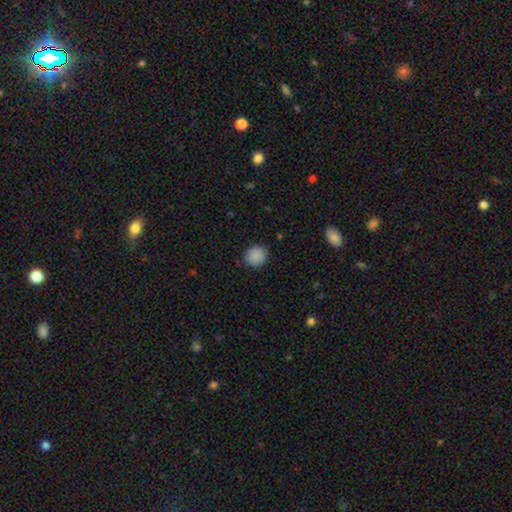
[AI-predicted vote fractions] A smooth galaxy with no disk features (89%) that is round (87%).

Vote fractions:
- Smooth or featured? smooth: 89% / star or artifact: 8% / featured or disk: 3%
- How rounded? round: 87% / in between: 12% / cigar-shaped: 1%
- Merging? none: 88% / minor disturbance: 9% / major disturbance: 2% / merger: 1%